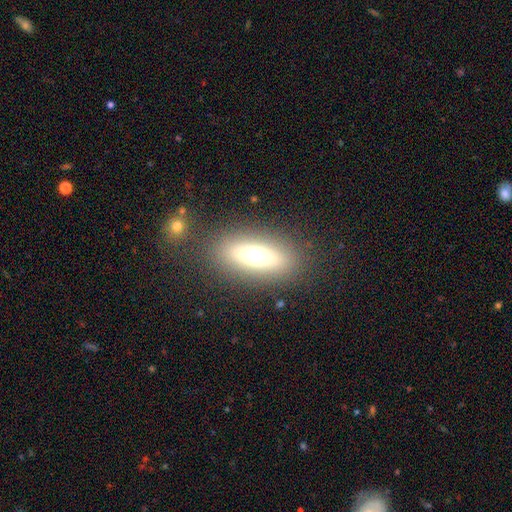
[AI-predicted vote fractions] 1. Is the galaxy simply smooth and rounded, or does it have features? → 64% smooth, 25% featured or disk, 10% star or artifact.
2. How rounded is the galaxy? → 69% in between, 25% cigar-shaped, 6% round.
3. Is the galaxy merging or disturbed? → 83% none, 9% minor disturbance, 4% major disturbance, 3% merger.